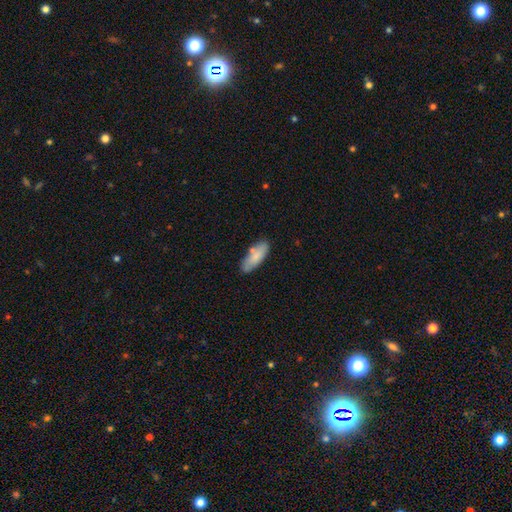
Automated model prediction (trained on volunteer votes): Morphology: type=smooth (80%); roundness=in between (64%); merging=none (76%).